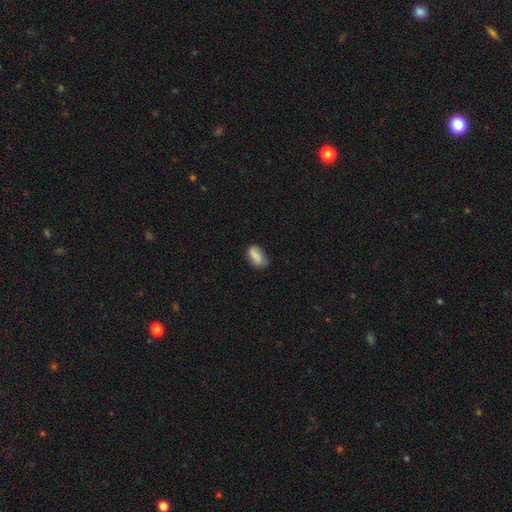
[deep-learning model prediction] Overall: smooth (77%). How rounded: in between (89%). Merging: none (60%; minor disturbance 30%).